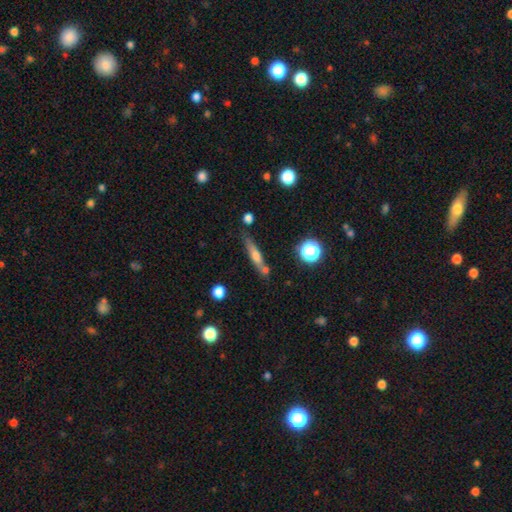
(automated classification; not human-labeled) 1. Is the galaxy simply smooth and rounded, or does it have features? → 50% smooth, 40% featured or disk, 9% star or artifact.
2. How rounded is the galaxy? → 82% cigar-shaped, 14% in between, 4% round.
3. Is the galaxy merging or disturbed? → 68% none, 16% minor disturbance, 12% merger, 4% major disturbance.